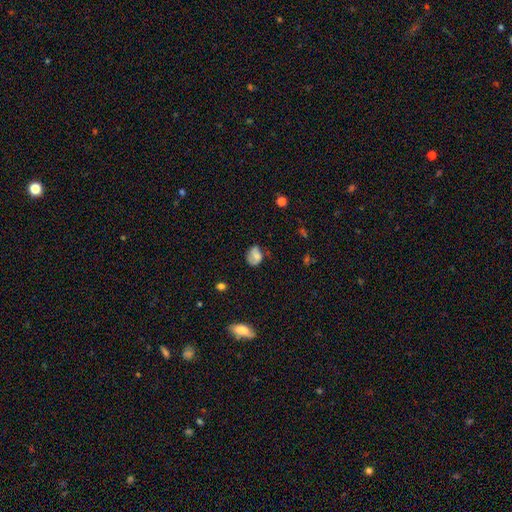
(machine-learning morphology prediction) smooth_or_featured: smooth (p=0.65) [alt: featured or disk p=0.26]
how_rounded: in between (p=0.62) [alt: round p=0.36]
merging: none (p=0.57) [alt: minor disturbance p=0.31]